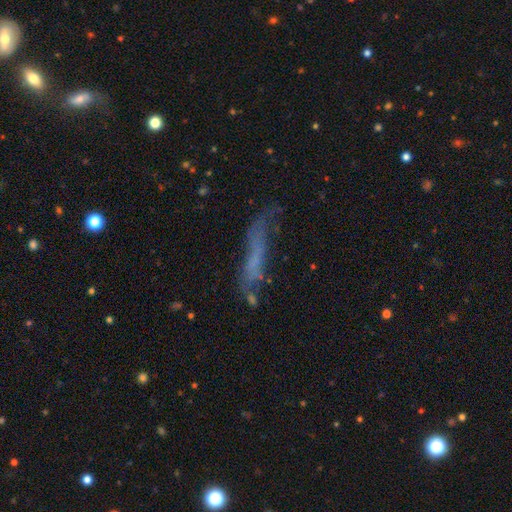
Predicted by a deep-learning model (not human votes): Smooth or featured? Predicted: smooth (p=0.46). Merging? Predicted: none (p=0.49).